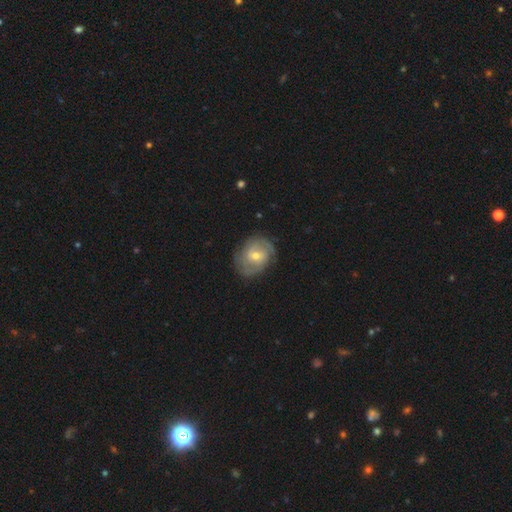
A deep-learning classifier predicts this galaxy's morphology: smooth_or_featured: featured or disk (p=0.74) [alt: smooth p=0.20]
disk_edge_on: no (p=0.97) [alt: yes p=0.03]
bar: no (p=0.49) [alt: weak p=0.41]
has_spiral_arms: yes (p=0.88) [alt: no p=0.12]
spiral_winding: tight (p=0.57) [alt: medium p=0.32]
spiral_arm_count: 2 (p=0.45) [alt: can't tell p=0.30]
bulge_size: moderate (p=0.55) [alt: small p=0.42]
merging: none (p=0.75) [alt: minor disturbance p=0.18]